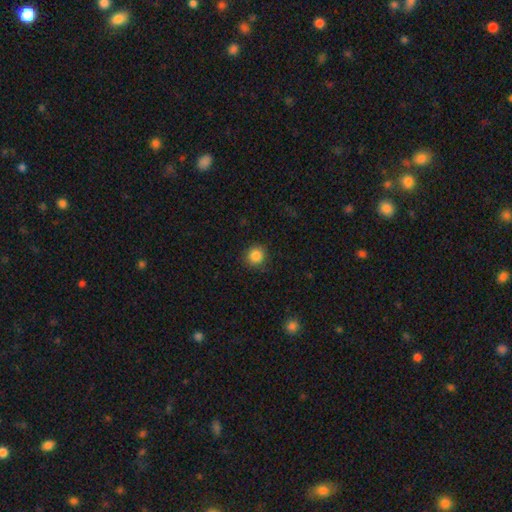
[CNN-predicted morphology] type=smooth (86%); roundness=round (91%); merging=none (88%).